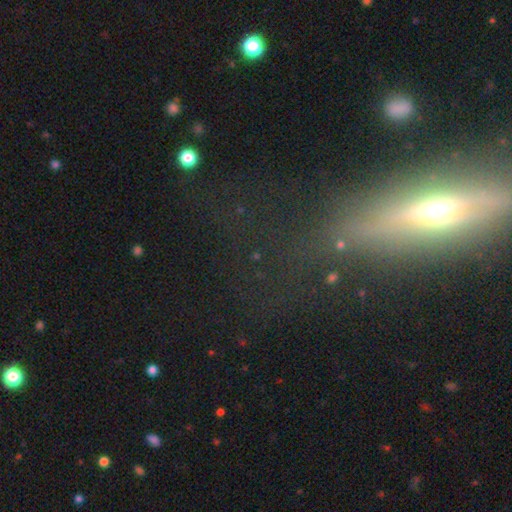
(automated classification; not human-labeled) Smooth or featured: star or artifact — 37% (featured or disk — 32%)